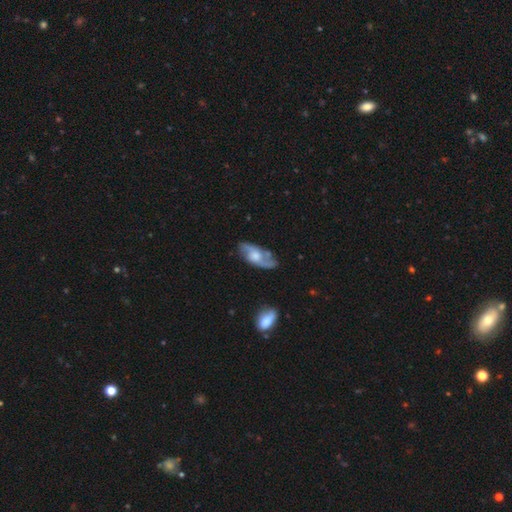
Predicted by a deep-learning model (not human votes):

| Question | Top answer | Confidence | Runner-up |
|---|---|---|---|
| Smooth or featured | featured or disk | 73% | smooth (22%) |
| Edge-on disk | no | 89% | yes (11%) |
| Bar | no | 63% | weak (31%) |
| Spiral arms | yes | 89% | no (11%) |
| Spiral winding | medium | 43% | loose (42%) |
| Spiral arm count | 2 | 85% | can't tell (8%) |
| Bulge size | moderate | 52% | large (24%) |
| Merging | none | 73% | minor disturbance (18%) |